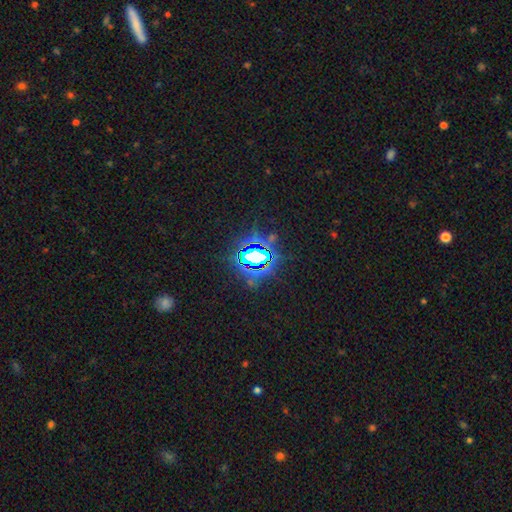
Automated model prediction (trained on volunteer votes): smooth_or_featured: star or artifact (p=0.78) [alt: smooth p=0.12]